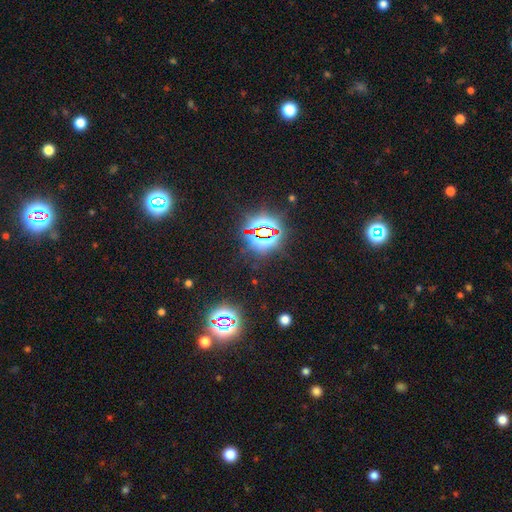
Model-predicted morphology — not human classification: Smooth or featured? Predicted: star or artifact (p=0.81).